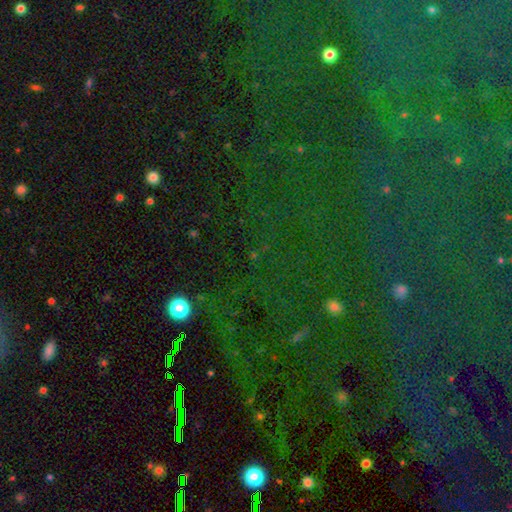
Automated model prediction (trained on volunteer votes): smooth-or-featured: star or artifact: 82% | smooth: 10% | featured or disk: 8%